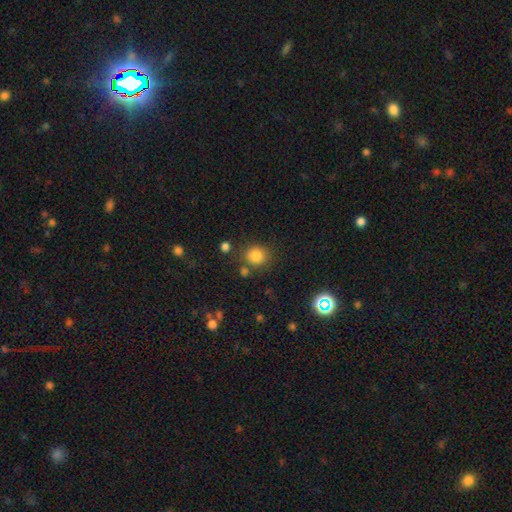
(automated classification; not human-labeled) smooth-or-featured: smooth: 83% | star or artifact: 12% | featured or disk: 5%
  how-rounded: round: 82% | in between: 17% | cigar-shaped: 1%
  merging: none: 77% | minor disturbance: 11% | merger: 8% | major disturbance: 4%